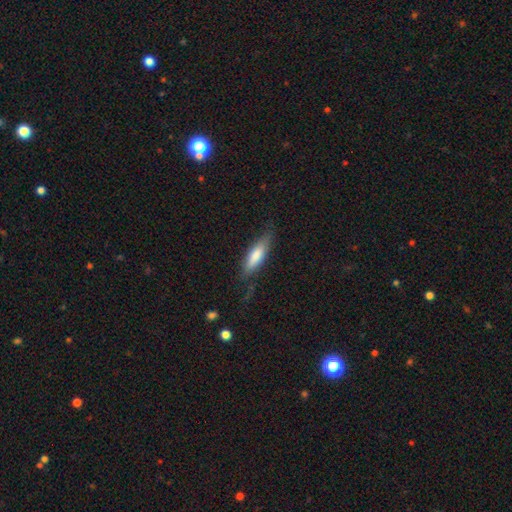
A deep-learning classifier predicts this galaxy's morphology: Smooth or featured? Predicted: smooth (p=0.72). How rounded? Predicted: cigar-shaped (p=0.56). Merging? Predicted: none (p=0.74).